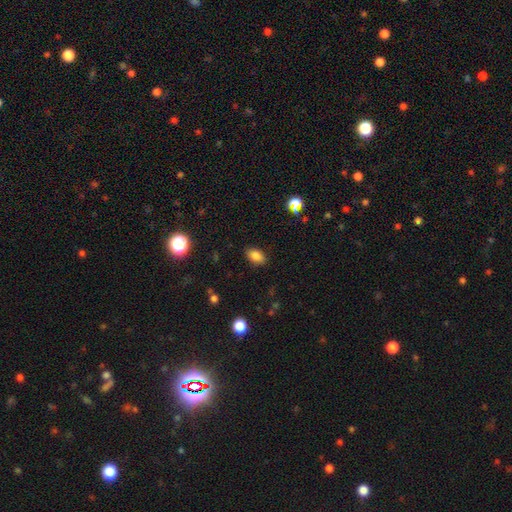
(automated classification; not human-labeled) Morphology: type=smooth (82%); roundness=in between (88%); merging=none (87%).